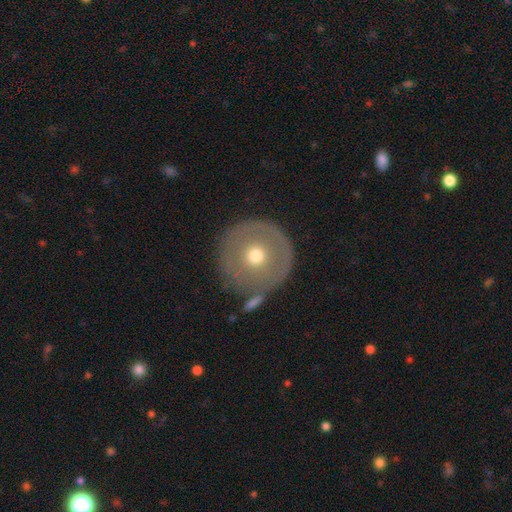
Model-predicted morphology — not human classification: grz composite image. It shows a smooth galaxy with no disk features (52%) that is round (94%). Merging: none (77%).